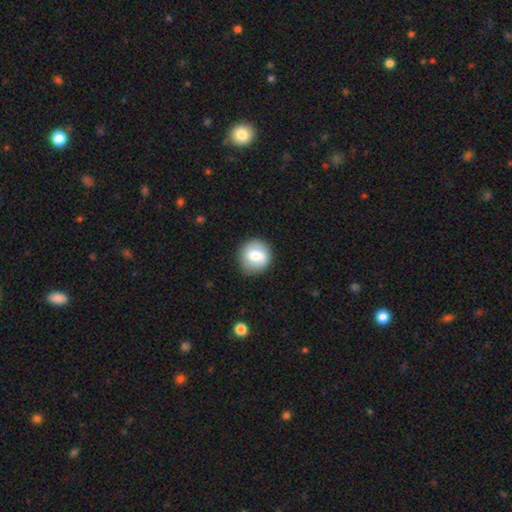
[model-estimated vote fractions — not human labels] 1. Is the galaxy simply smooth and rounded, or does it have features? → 68% smooth, 25% featured or disk, 7% star or artifact.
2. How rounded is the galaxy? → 88% round, 11% in between, 1% cigar-shaped.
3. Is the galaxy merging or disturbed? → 87% none, 9% minor disturbance, 3% major disturbance, 1% merger.